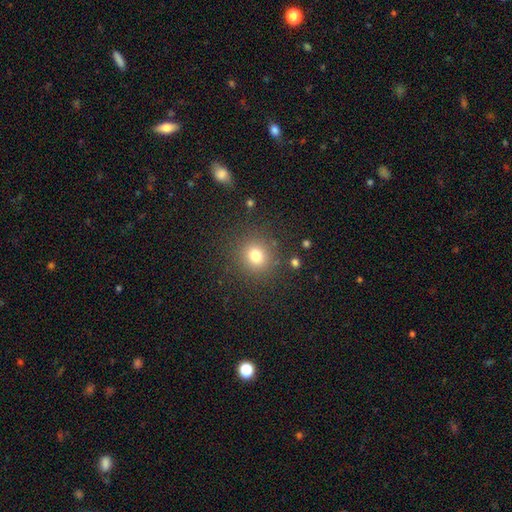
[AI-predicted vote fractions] A smooth galaxy with no disk features (77%) that is round (87%).

Vote fractions:
- Smooth or featured? smooth: 77% / star or artifact: 16% / featured or disk: 8%
- How rounded? round: 87% / in between: 12% / cigar-shaped: 1%
- Merging? none: 86% / minor disturbance: 8% / major disturbance: 4% / merger: 2%